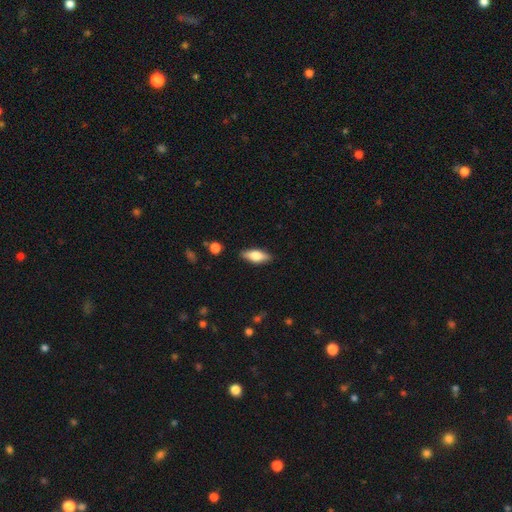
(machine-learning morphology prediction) Smooth or featured: smooth — 66% (featured or disk — 27%)
How rounded: in between — 72% (cigar-shaped — 25%)
Merging: none — 86% (minor disturbance — 10%)